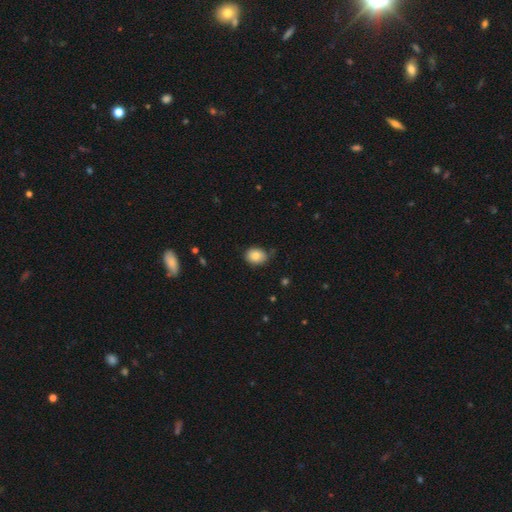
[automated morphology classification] Q: Smooth or featured?
A: smooth (82%); runner-up: star or artifact (9%)
Q: How rounded?
A: in between (52%); runner-up: round (47%)
Q: Merging?
A: none (70%); runner-up: minor disturbance (24%)